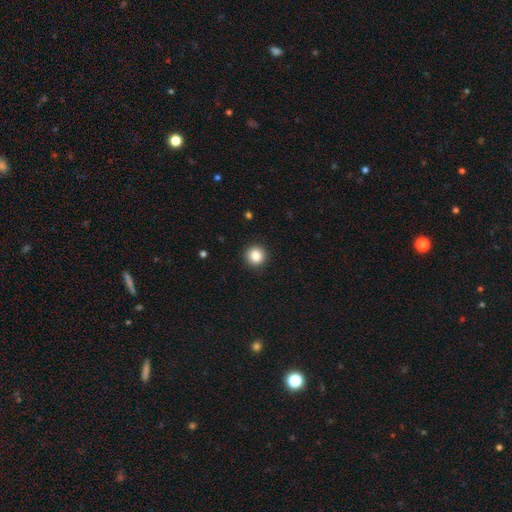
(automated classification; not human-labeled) Smooth or featured: smooth — 86% (star or artifact — 10%)
How rounded: round — 93% (in between — 6%)
Merging: none — 92% (minor disturbance — 5%)